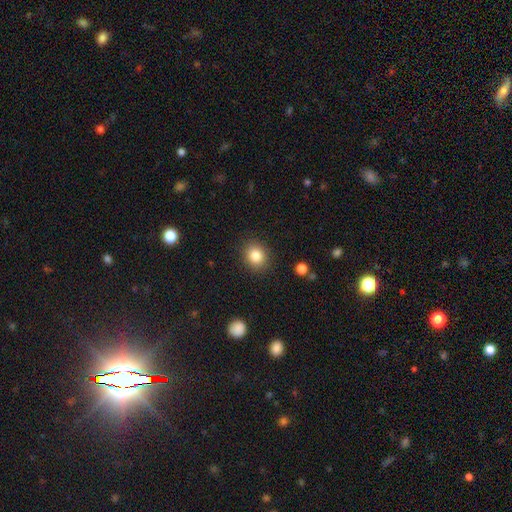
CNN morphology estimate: smooth_or_featured: smooth (p=0.84) [alt: star or artifact p=0.10]
how_rounded: round (p=0.74) [alt: in between p=0.25]
merging: none (p=0.88) [alt: minor disturbance p=0.08]